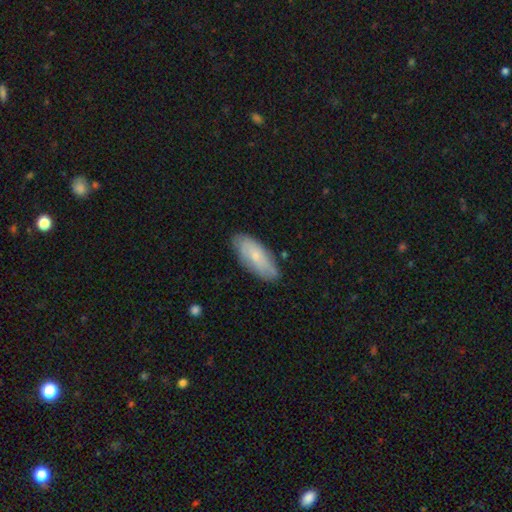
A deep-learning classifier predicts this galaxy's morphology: Overall: smooth (67%; featured or disk 27%). How rounded: in between (80%). Merging: none (79%).